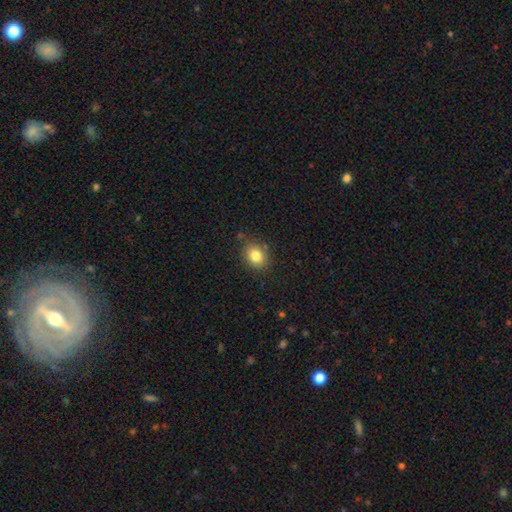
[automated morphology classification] This is clearly a smooth galaxy (82%). How rounded: possibly round (56%). Merging: clearly none (83%).